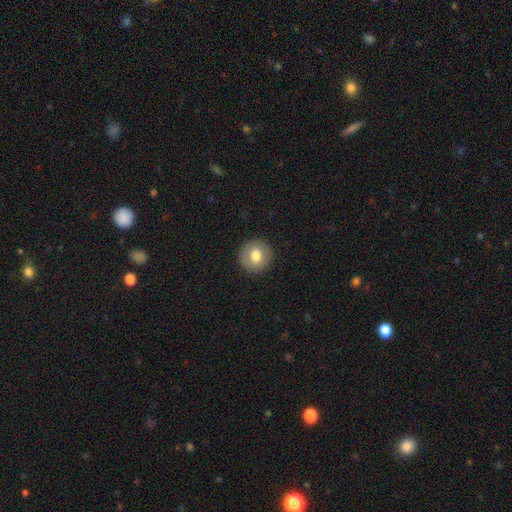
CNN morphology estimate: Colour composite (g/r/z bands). It shows a smooth galaxy with no disk features (73%) that is round (92%). Merging: none (91%).